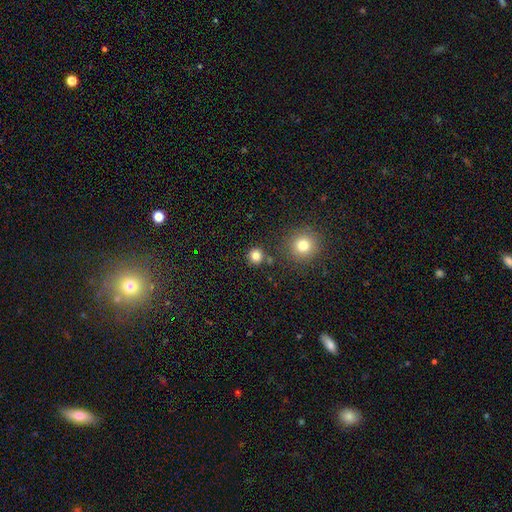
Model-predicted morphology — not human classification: This appears to be a smooth galaxy with no disk features (81%) that is round (93%). Merging: none (85%).